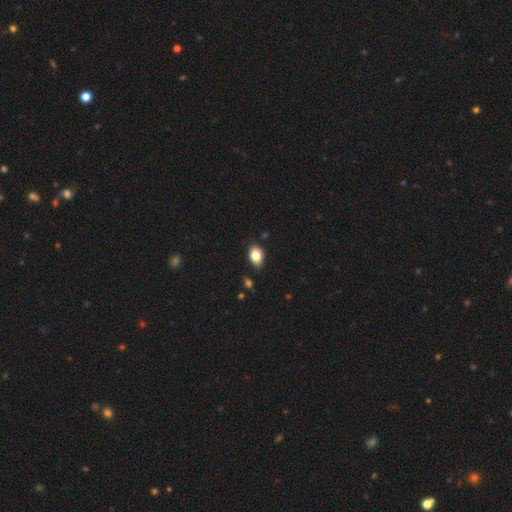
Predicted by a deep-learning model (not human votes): Smooth or featured? Predicted: smooth (p=0.83). How rounded? Predicted: in between (p=0.80). Merging? Predicted: none (p=0.78).